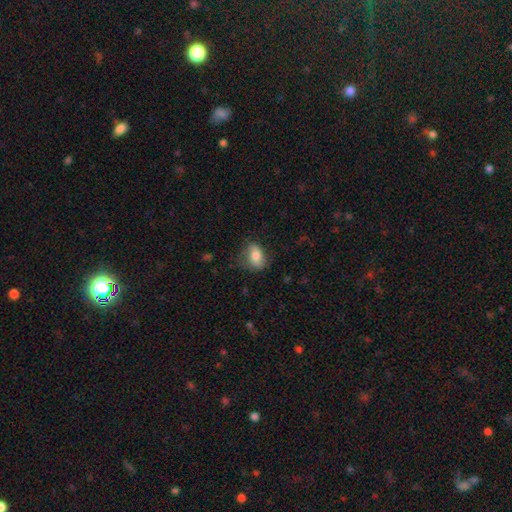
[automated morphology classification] The model was most divided on "merging": none: 62%, minor disturbance: 26%, major disturbance: 10%, merger: 1%. More confident: how rounded — in between (77%); smooth or featured — smooth (74%).